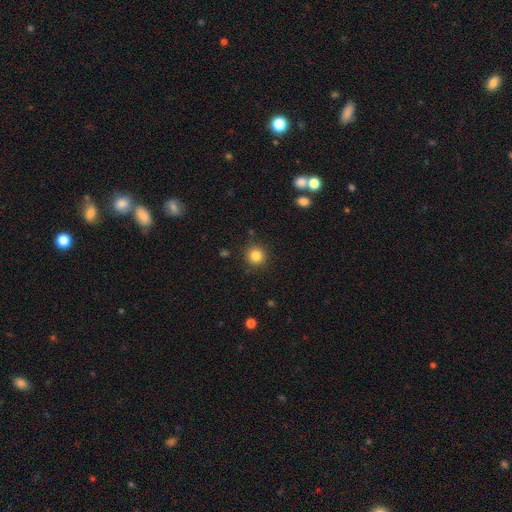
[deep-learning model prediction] The model was most divided on "smooth or featured": smooth: 83%, star or artifact: 11%, featured or disk: 5%. More confident: how rounded — round (94%); merging — none (89%).